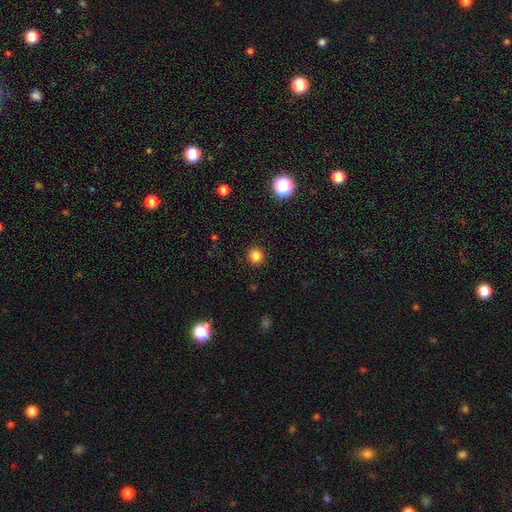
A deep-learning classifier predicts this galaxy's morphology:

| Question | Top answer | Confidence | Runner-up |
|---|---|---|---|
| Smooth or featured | smooth | 83% | star or artifact (13%) |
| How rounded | round | 94% | in between (5%) |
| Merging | none | 92% | minor disturbance (5%) |